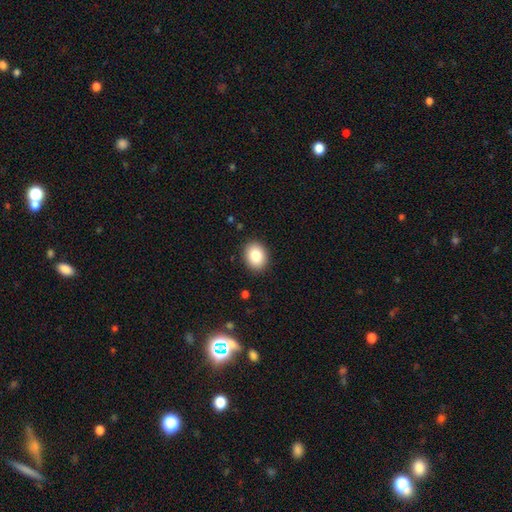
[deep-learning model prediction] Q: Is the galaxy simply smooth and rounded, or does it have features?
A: smooth — 85%.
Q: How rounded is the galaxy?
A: in between — 56%.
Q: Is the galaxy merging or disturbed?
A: none — 90%.